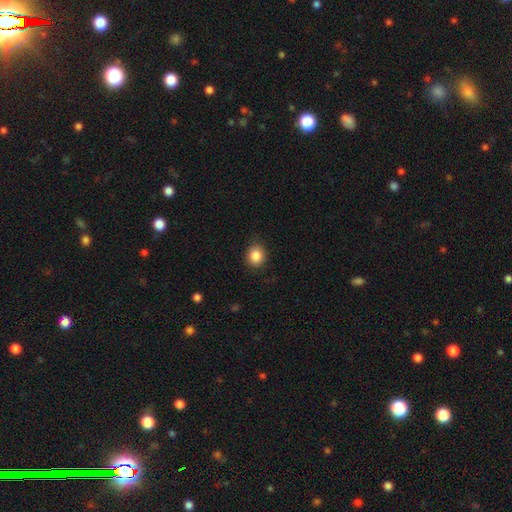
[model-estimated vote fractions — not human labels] Overall: smooth (87%). How rounded: round (70%). Merging: none (84%).